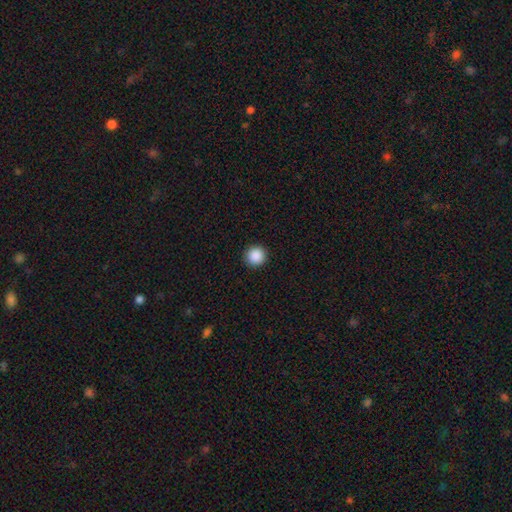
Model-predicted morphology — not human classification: This is clearly a smooth galaxy (89%). How rounded: clearly round (96%). Merging: clearly none (93%).